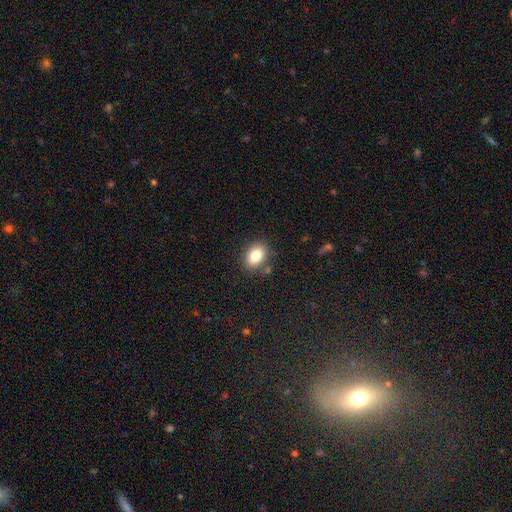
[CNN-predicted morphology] smooth 83%, star or artifact 9%, featured or disk 8%. Down the decision tree: how rounded — in between (77%); merging — none (84%).